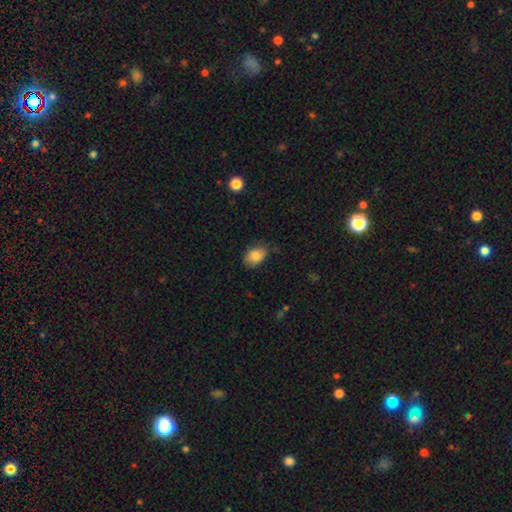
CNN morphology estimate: Smooth or featured? smooth (84%)
How rounded? in between (81%)
Merging? none (61%)